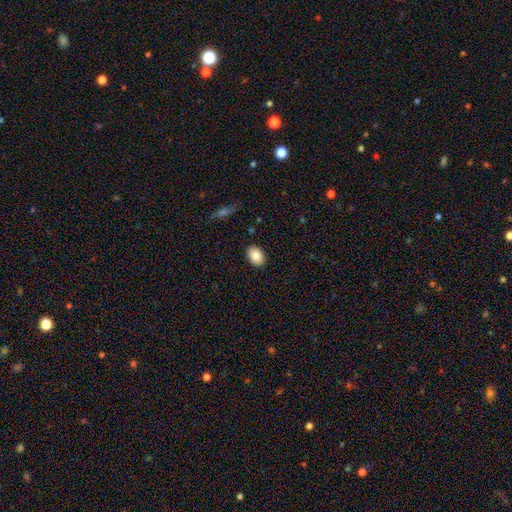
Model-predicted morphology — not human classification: smooth-or-featured: smooth: 85% | featured or disk: 7% | star or artifact: 7%
  how-rounded: in between: 81% | round: 18% | cigar-shaped: 1%
  merging: none: 89% | minor disturbance: 8% | major disturbance: 2% | merger: 1%